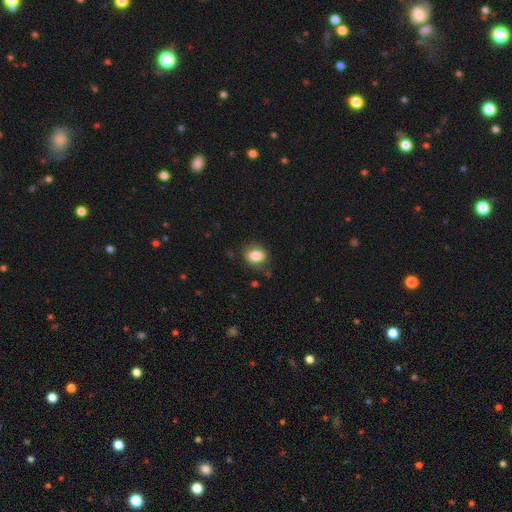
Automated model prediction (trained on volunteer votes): smooth-or-featured: smooth: 82% | featured or disk: 10% | star or artifact: 8%
  how-rounded: in between: 72% | round: 26% | cigar-shaped: 2%
  merging: none: 76% | minor disturbance: 17% | major disturbance: 5% | merger: 2%